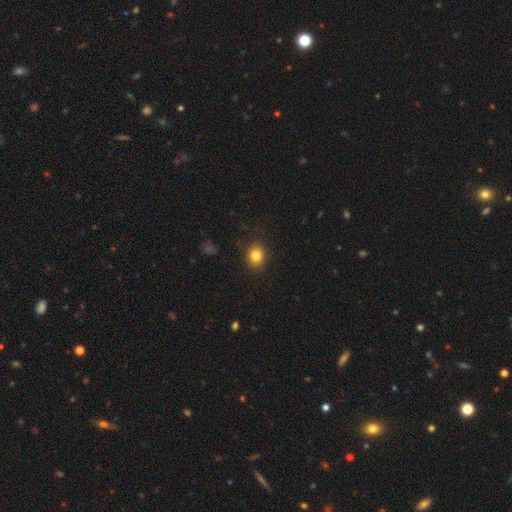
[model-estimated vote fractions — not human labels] This is clearly a smooth galaxy (82%). How rounded: likely round (62%). Merging: clearly none (88%).